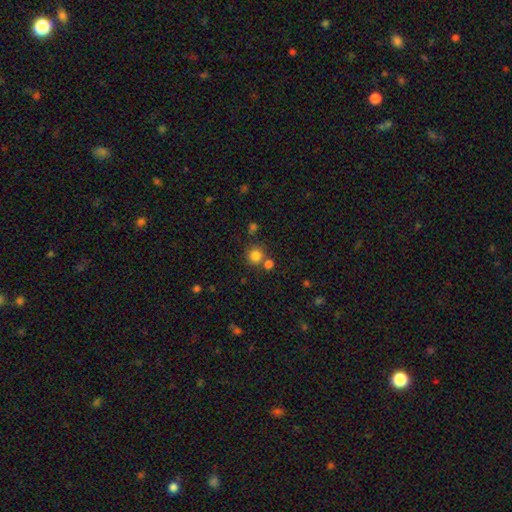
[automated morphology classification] Smooth or featured? smooth (81%)
How rounded? round (91%)
Merging? none (67%)